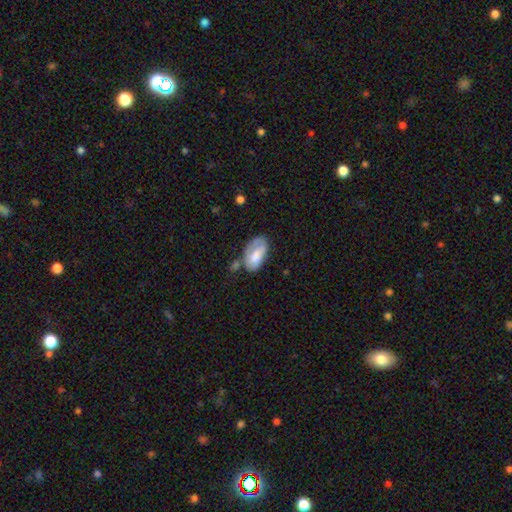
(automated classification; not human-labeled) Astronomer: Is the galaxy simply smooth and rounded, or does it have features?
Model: smooth — 63%.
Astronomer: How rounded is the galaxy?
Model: in between — 93%.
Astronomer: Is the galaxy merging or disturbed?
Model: none — 39% (runner-up: minor disturbance, 31%).